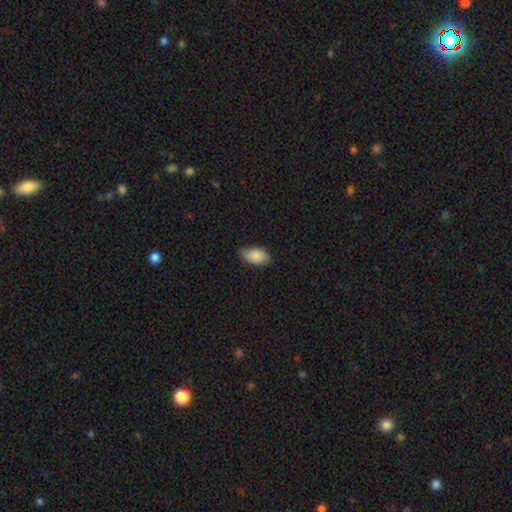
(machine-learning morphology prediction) Smooth or featured?
  - smooth: 87% *
  - featured or disk: 7%
  - star or artifact: 6%
How rounded?
  - in between: 93% *
  - round: 4%
  - cigar-shaped: 3%
Merging?
  - none: 73% *
  - minor disturbance: 23%
  - major disturbance: 3%
  - merger: 1%